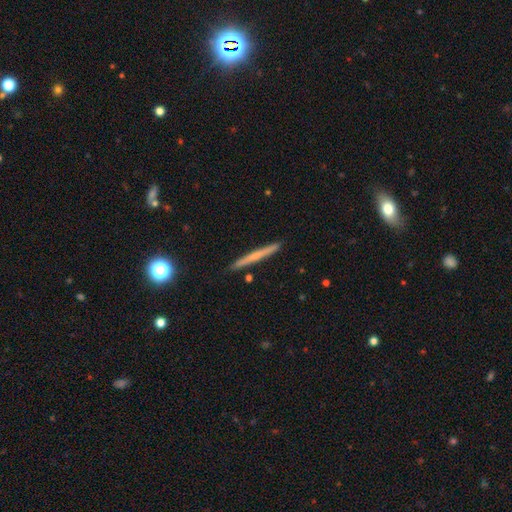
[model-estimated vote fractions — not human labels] Smooth or featured? smooth (50%)
Merging? none (91%)